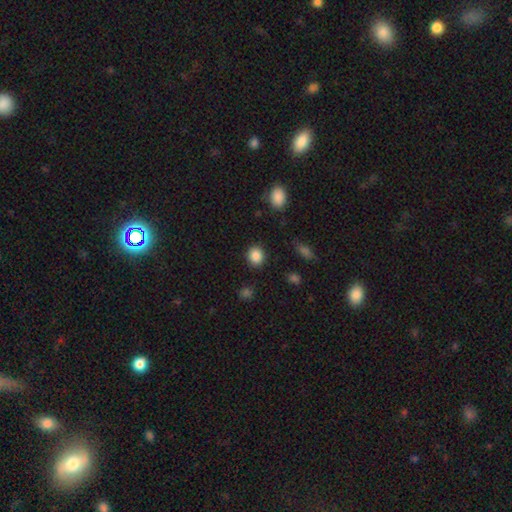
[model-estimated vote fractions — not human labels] Overall: smooth (87%). How rounded: round (76%). Merging: none (89%).